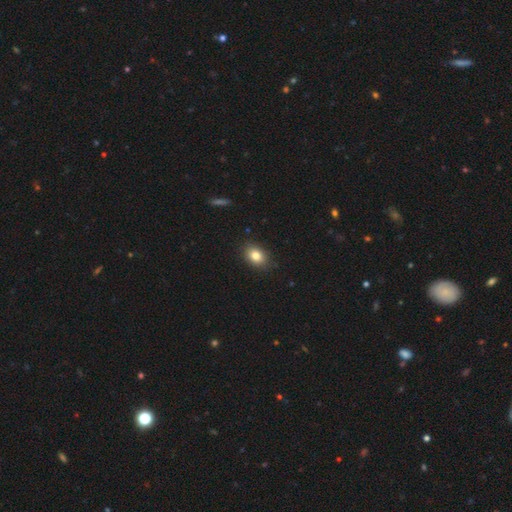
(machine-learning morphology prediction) Q: Smooth or featured?
A: smooth (82%); runner-up: star or artifact (10%)
Q: How rounded?
A: in between (72%); runner-up: round (27%)
Q: Merging?
A: none (87%); runner-up: minor disturbance (10%)